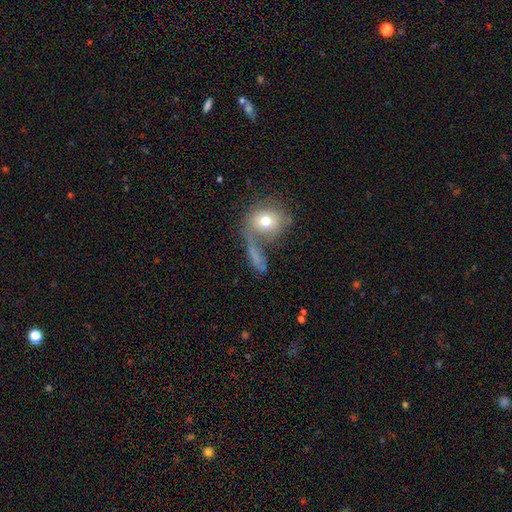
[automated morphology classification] A smooth galaxy with no disk features (58%) that is round (47%).

Vote fractions:
- Smooth or featured? smooth: 58% / featured or disk: 28% / star or artifact: 13%
- How rounded? round: 47% / in between: 37% / cigar-shaped: 17%
- Merging? none: 39% / merger: 31% / major disturbance: 17% / minor disturbance: 13%